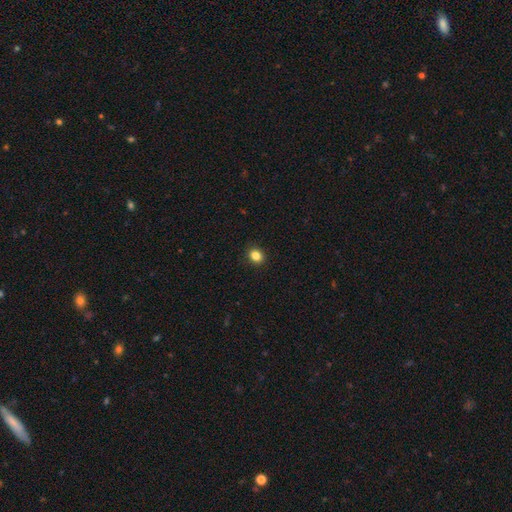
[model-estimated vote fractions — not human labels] Overall: smooth (84%). How rounded: round (70%). Merging: none (92%).